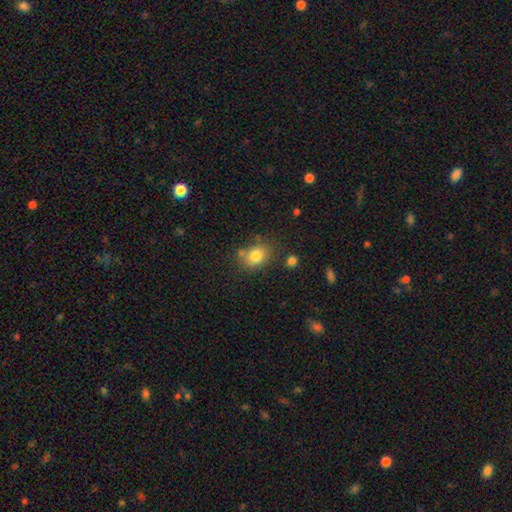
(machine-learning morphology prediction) smooth-or-featured: smooth: 81% | star or artifact: 10% | featured or disk: 8%
  how-rounded: in between: 52% | round: 47% | cigar-shaped: 1%
  merging: none: 68% | minor disturbance: 17% | merger: 9% | major disturbance: 5%